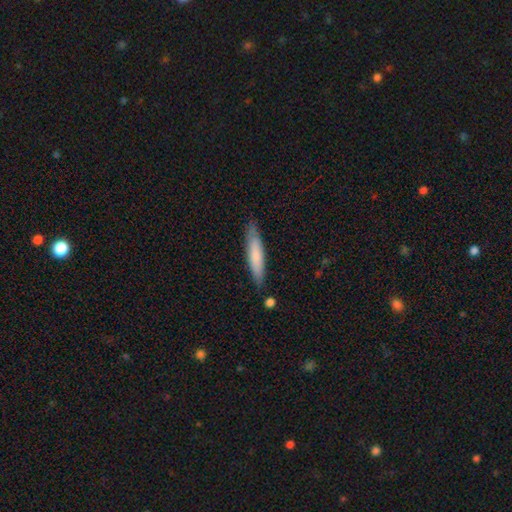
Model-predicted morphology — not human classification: Q: Smooth or featured?
A: smooth (73%); runner-up: featured or disk (21%)
Q: How rounded?
A: cigar-shaped (87%); runner-up: in between (12%)
Q: Merging?
A: none (82%); runner-up: minor disturbance (13%)